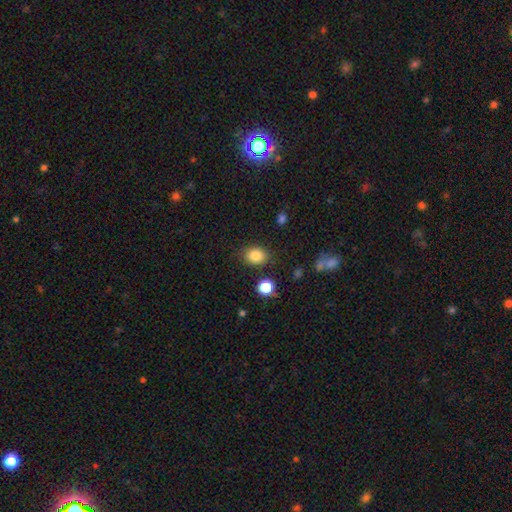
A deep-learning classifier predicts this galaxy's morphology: Smooth or featured? smooth (84%)
How rounded? in between (58%)
Merging? none (83%)